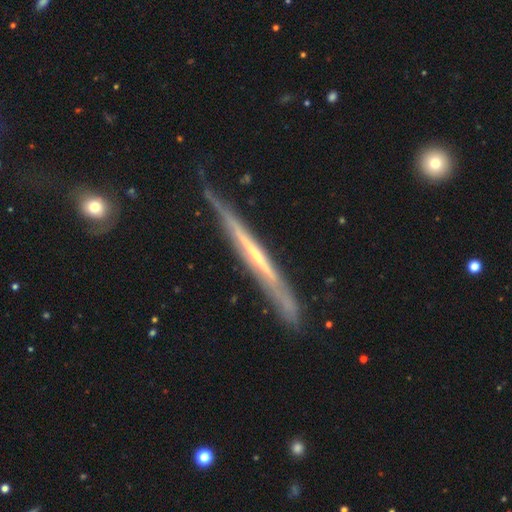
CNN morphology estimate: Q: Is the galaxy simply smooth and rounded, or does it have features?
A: featured or disk — 77%.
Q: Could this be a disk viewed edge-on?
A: yes — 95%.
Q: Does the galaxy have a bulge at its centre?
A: none — 71%.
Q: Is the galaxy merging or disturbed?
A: none — 75%.